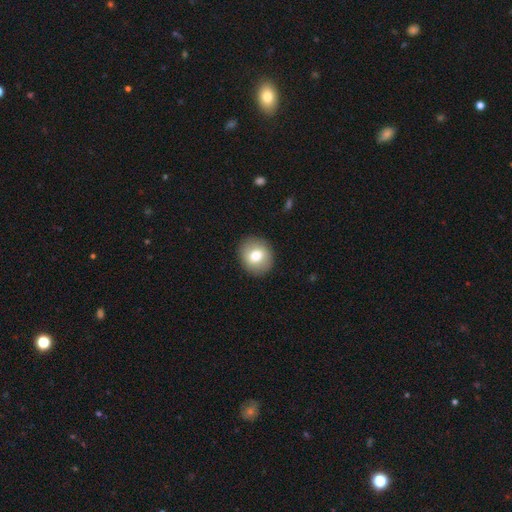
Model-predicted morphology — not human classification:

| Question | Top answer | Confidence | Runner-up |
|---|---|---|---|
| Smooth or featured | smooth | 74% | featured or disk (18%) |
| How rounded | round | 79% | in between (20%) |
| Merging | none | 90% | minor disturbance (7%) |